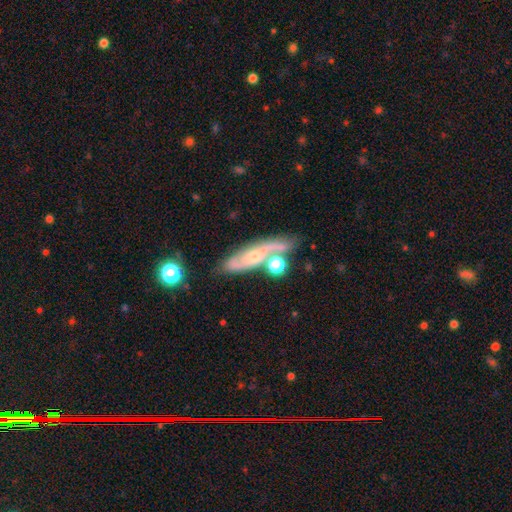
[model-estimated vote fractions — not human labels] This appears to be a featured or disk galaxy (75%) with no bar (60%), 2 (80%) medium (43%) spiral arms (91%) and a small central bulge (59%). Merging: none (60%).